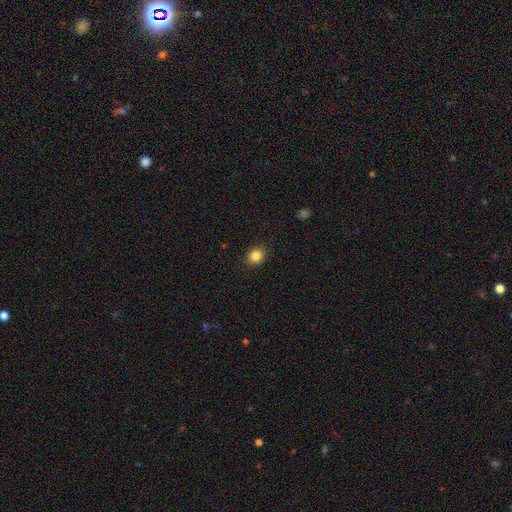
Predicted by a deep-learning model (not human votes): smooth-or-featured: smooth: 85% | star or artifact: 10% | featured or disk: 4%
  how-rounded: round: 66% | in between: 33% | cigar-shaped: 1%
  merging: none: 89% | minor disturbance: 8% | major disturbance: 2% | merger: 1%